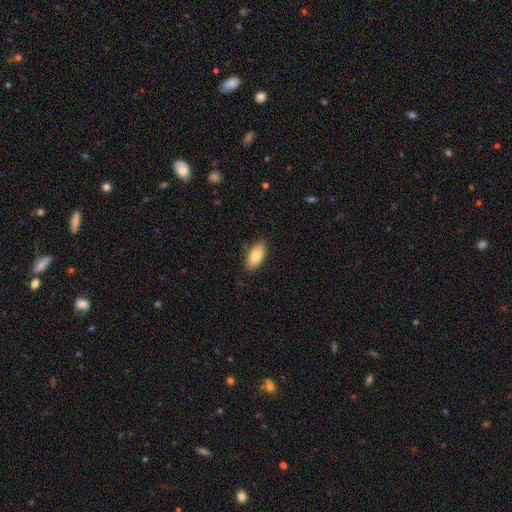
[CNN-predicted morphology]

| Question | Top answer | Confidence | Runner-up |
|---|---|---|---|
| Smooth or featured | smooth | 79% | featured or disk (14%) |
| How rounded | in between | 92% | cigar-shaped (5%) |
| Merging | none | 86% | minor disturbance (11%) |